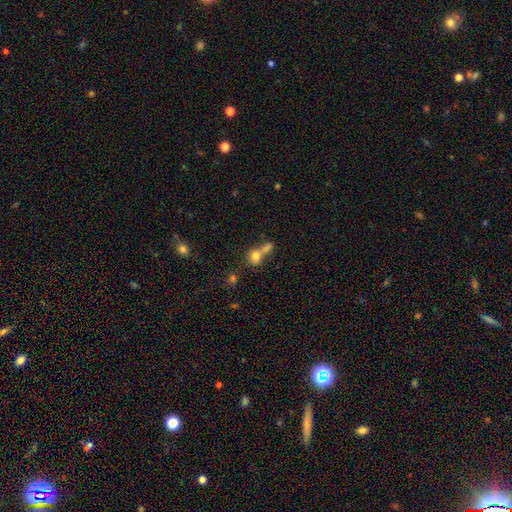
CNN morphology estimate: Q: Smooth or featured?
A: smooth (76%); runner-up: star or artifact (13%)
Q: How rounded?
A: round (72%); runner-up: in between (26%)
Q: Merging?
A: merger (53%); runner-up: none (34%)